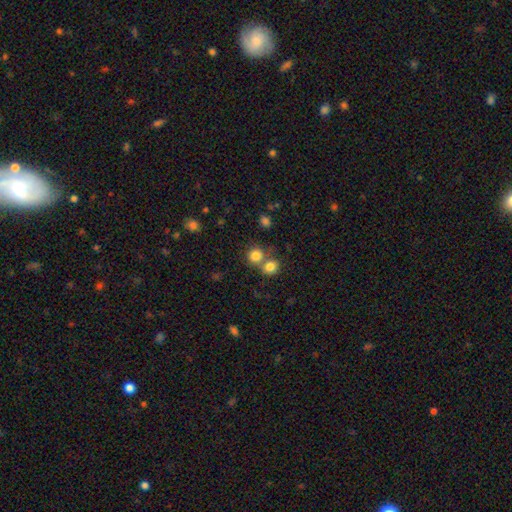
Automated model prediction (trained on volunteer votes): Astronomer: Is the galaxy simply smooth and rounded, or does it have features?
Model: smooth — 82%.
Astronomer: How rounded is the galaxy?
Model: round — 84%.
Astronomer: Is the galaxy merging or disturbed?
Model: none — 51% (runner-up: merger, 38%).